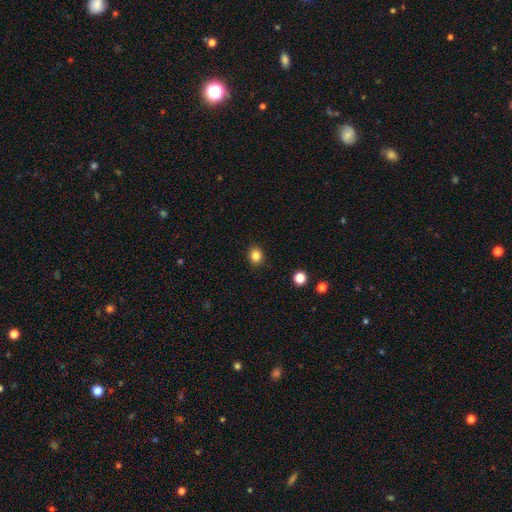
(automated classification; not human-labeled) smooth-or-featured: smooth: 84% | star or artifact: 12% | featured or disk: 4%
  how-rounded: round: 74% | in between: 26% | cigar-shaped: 1%
  merging: none: 91% | minor disturbance: 6% | major disturbance: 2% | merger: 1%